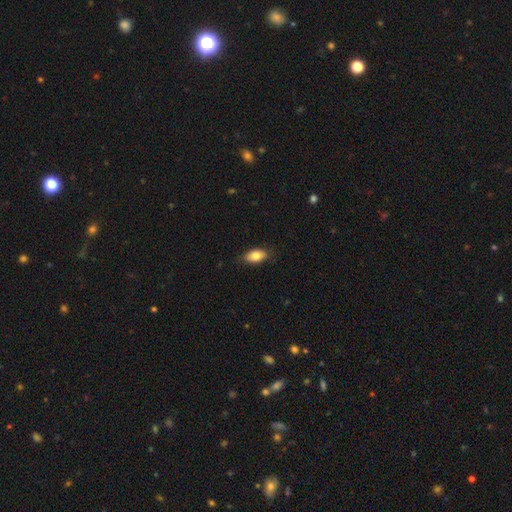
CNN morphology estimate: Q: Smooth or featured?
A: smooth (80%); runner-up: featured or disk (13%)
Q: How rounded?
A: in between (90%); runner-up: round (5%)
Q: Merging?
A: none (82%); runner-up: minor disturbance (14%)